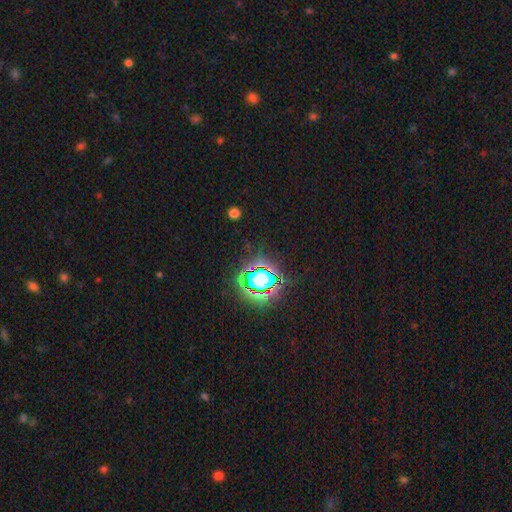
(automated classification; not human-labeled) A star or artifact, not a galaxy (81%).